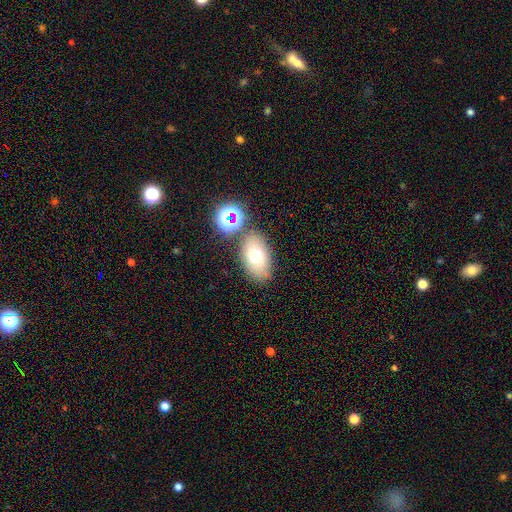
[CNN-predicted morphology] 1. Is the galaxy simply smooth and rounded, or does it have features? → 67% smooth, 20% featured or disk, 13% star or artifact.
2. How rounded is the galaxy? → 86% in between, 12% round, 2% cigar-shaped.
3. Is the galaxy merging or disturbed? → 75% none, 12% minor disturbance, 9% merger, 4% major disturbance.